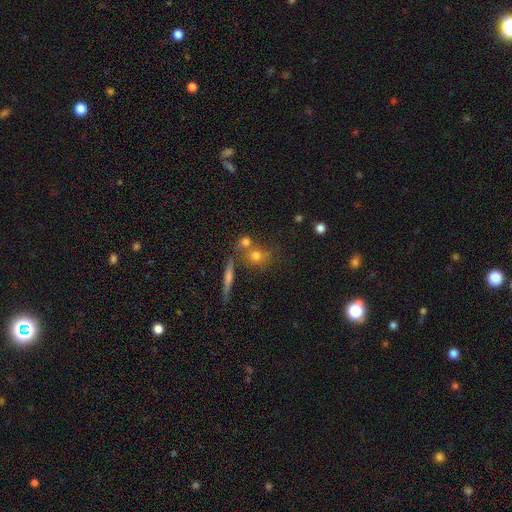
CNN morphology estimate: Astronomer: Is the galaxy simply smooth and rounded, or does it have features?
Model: smooth — 61%.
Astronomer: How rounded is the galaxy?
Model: round — 71%.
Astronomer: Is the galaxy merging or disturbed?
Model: none — 54% (runner-up: merger, 31%).